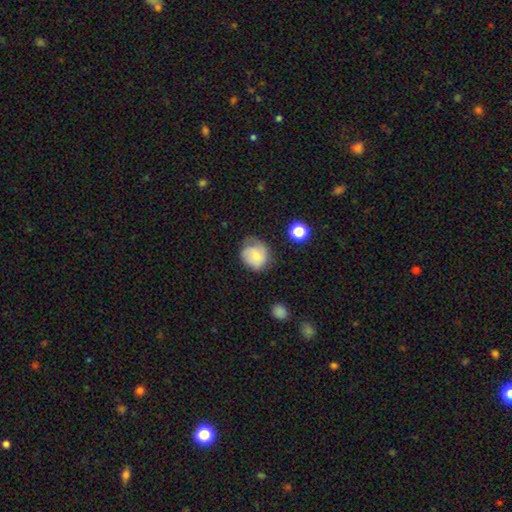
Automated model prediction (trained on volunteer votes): A smooth galaxy with no disk features (65%) that is round (77%). Merging: none (54%).